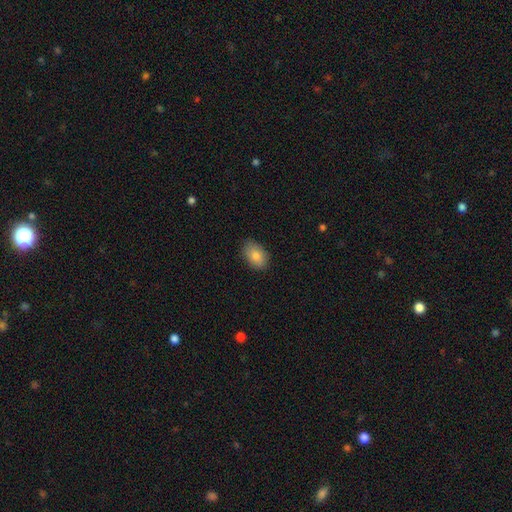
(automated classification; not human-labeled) Overall: smooth (83%). How rounded: in between (88%). Merging: none (86%).